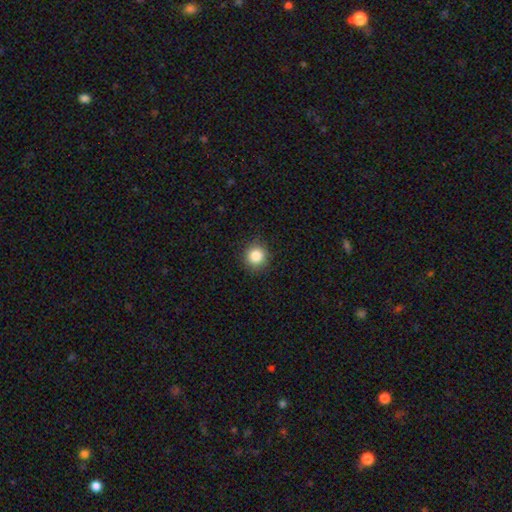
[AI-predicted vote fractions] smooth_or_featured: smooth (p=0.85) [alt: star or artifact p=0.10]
how_rounded: round (p=0.92) [alt: in between p=0.08]
merging: none (p=0.90) [alt: minor disturbance p=0.07]